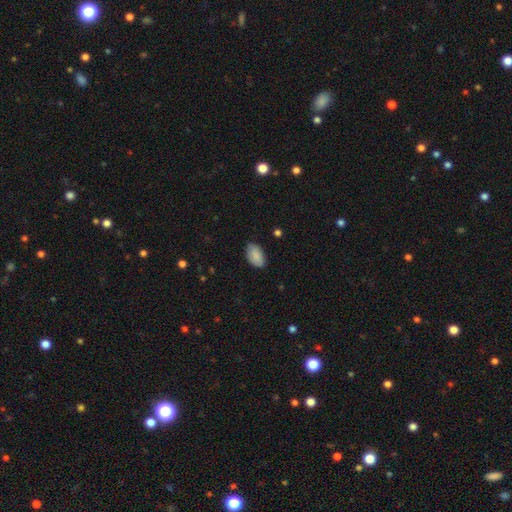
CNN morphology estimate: smooth-or-featured: smooth: 88% | star or artifact: 6% | featured or disk: 5%
  how-rounded: in between: 93% | round: 6% | cigar-shaped: 1%
  merging: none: 80% | minor disturbance: 16% | major disturbance: 3% | merger: 1%